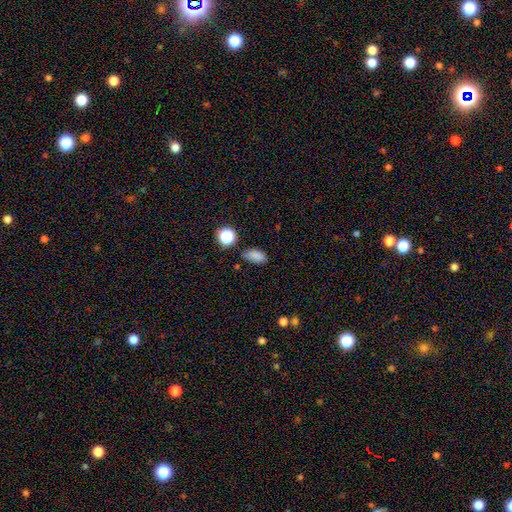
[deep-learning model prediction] smooth 81%, star or artifact 14%, featured or disk 5%. Down the decision tree: how rounded — in between (87%); merging — none (71%).